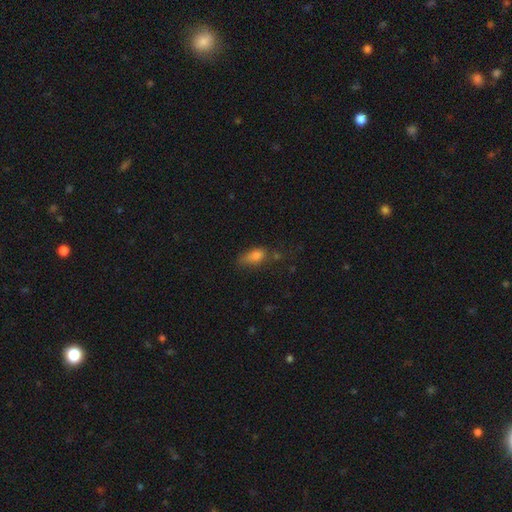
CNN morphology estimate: A smooth galaxy with no disk features (76%) that is in between round and cigar-shaped (80%). Merging: none (42%).